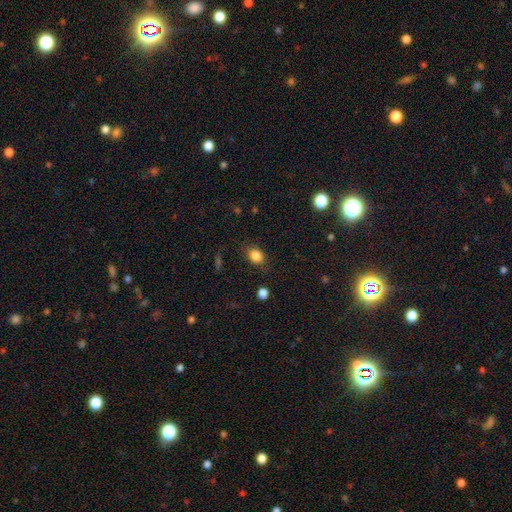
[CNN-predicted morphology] smooth-or-featured: smooth: 83% | star or artifact: 11% | featured or disk: 6%
  how-rounded: in between: 53% | round: 45% | cigar-shaped: 1%
  merging: none: 79% | minor disturbance: 15% | major disturbance: 5% | merger: 2%